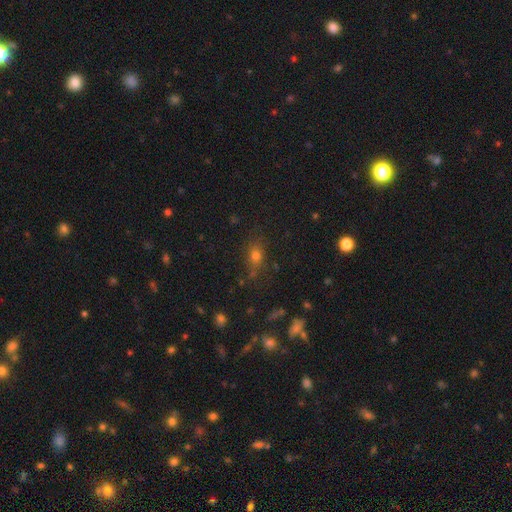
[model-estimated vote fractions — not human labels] smooth-or-featured: smooth: 67% | star or artifact: 21% | featured or disk: 12%
  how-rounded: in between: 52% | round: 44% | cigar-shaped: 5%
  merging: none: 75% | minor disturbance: 15% | major disturbance: 5% | merger: 4%